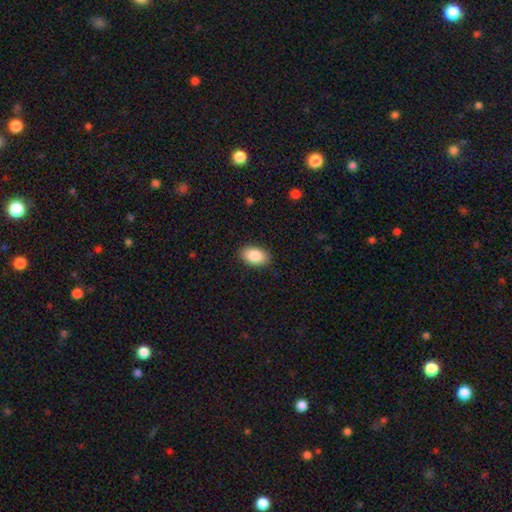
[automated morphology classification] type=smooth (88%); roundness=in between (93%); merging=none (89%).